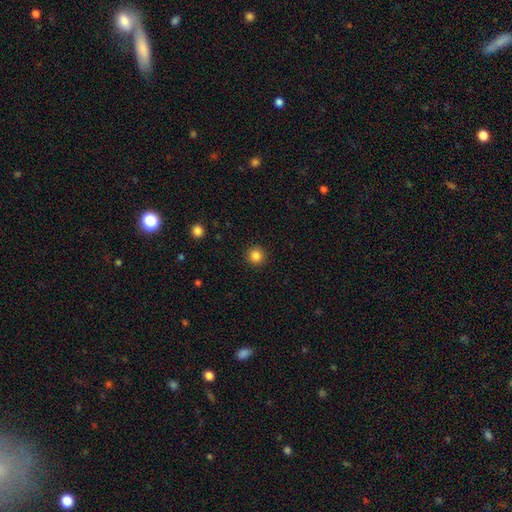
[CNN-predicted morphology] Smooth or featured? Predicted: smooth (p=0.85). How rounded? Predicted: round (p=0.95). Merging? Predicted: none (p=0.92).